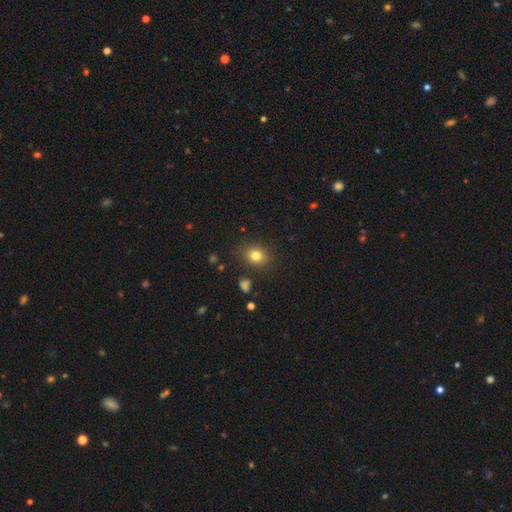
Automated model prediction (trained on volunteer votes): Smooth or featured? Predicted: smooth (p=0.80). How rounded? Predicted: round (p=0.66). Merging? Predicted: none (p=0.85).